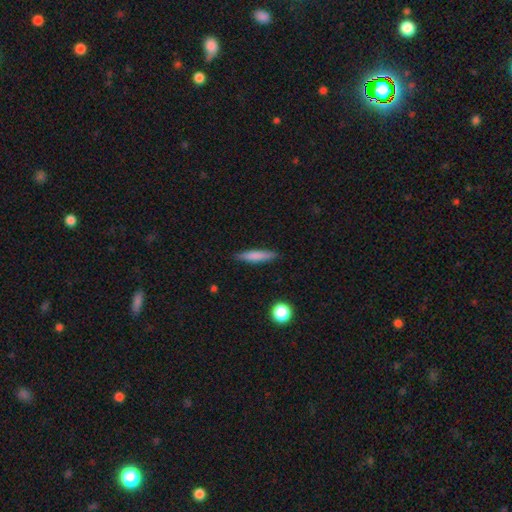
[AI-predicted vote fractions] This appears to be a smooth galaxy with no disk features (76%) that is cigar-shaped (88%). Merging: none (88%).